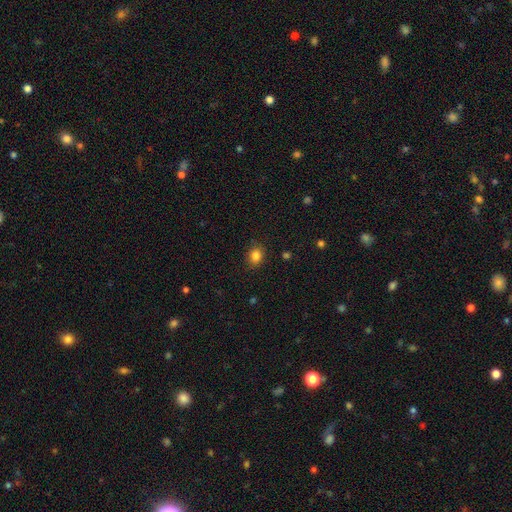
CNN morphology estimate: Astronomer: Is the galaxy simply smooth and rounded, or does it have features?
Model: smooth — 84%.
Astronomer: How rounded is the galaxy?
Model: round — 56% (runner-up: in between, 43%).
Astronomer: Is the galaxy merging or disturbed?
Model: none — 87%.